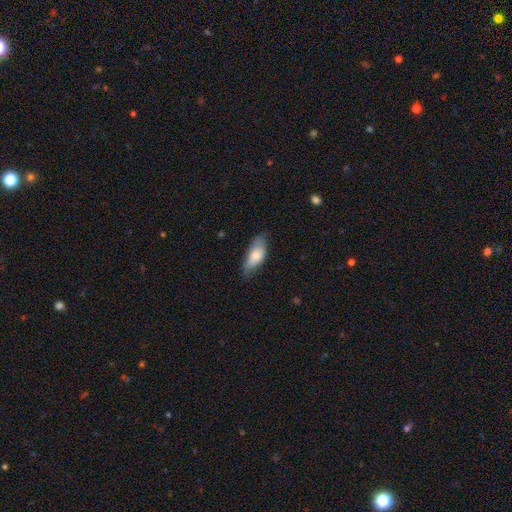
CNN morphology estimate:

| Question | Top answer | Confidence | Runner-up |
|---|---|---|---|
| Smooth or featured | smooth | 75% | featured or disk (19%) |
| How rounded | in between | 82% | cigar-shaped (16%) |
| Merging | none | 65% | minor disturbance (27%) |